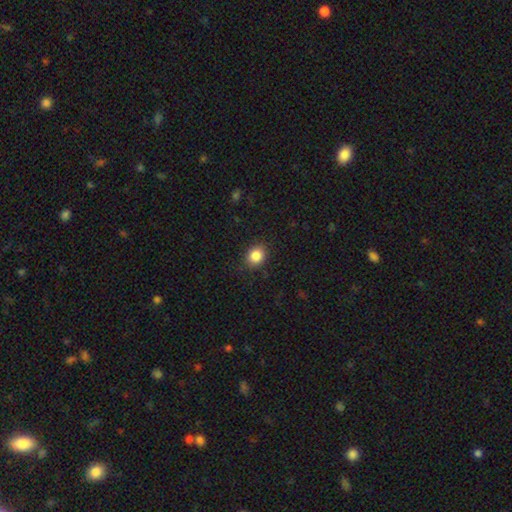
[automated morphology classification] type=smooth (86%); roundness=round (67%); merging=none (86%).